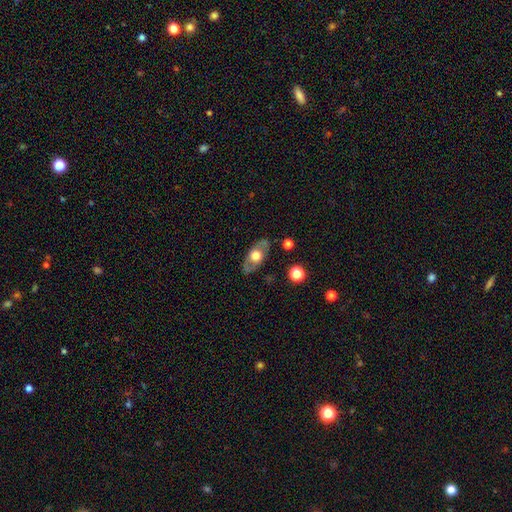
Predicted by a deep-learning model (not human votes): smooth-or-featured: featured or disk: 49% | smooth: 45% | star or artifact: 6%
  merging: none: 81% | minor disturbance: 13% | major disturbance: 4% | merger: 2%